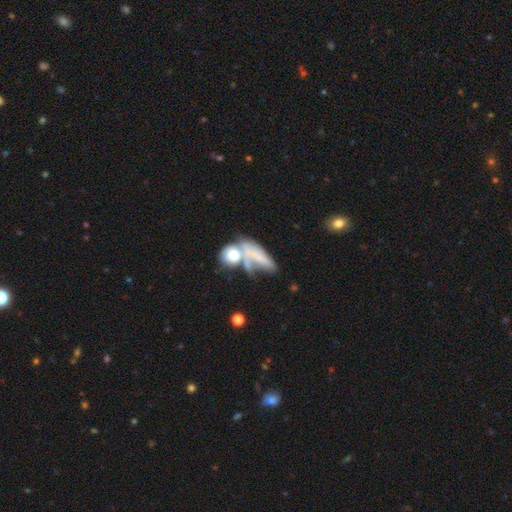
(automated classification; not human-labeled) smooth 60%, featured or disk 29%, star or artifact 11%. Down the decision tree: how rounded — in between (51%); merging — merger (44%).